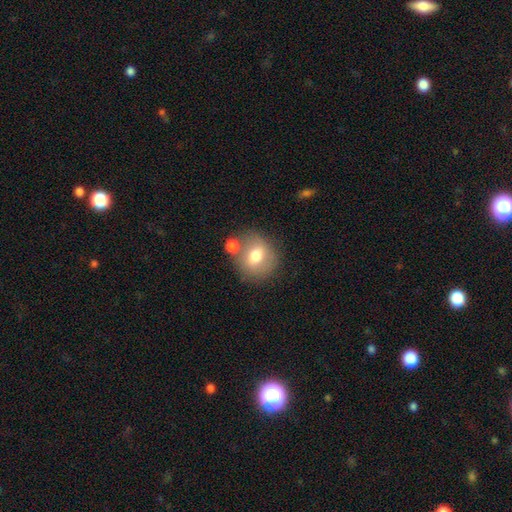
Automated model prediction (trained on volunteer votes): smooth-or-featured: smooth: 68% | featured or disk: 23% | star or artifact: 9%
  how-rounded: round: 75% | in between: 24% | cigar-shaped: 1%
  merging: none: 65% | merger: 15% | minor disturbance: 15% | major disturbance: 5%